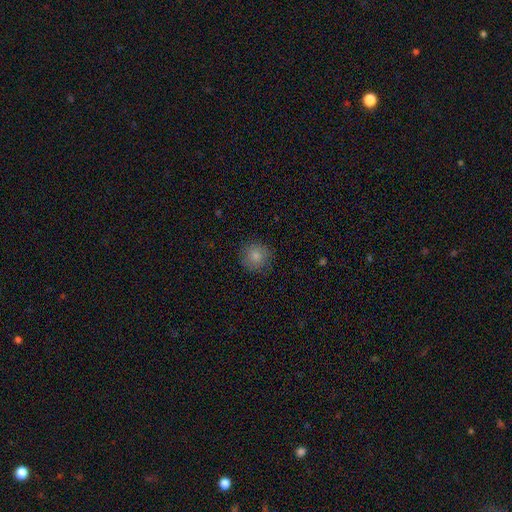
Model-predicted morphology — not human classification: This is clearly a smooth galaxy (82%). How rounded: clearly round (92%). Merging: clearly none (86%).